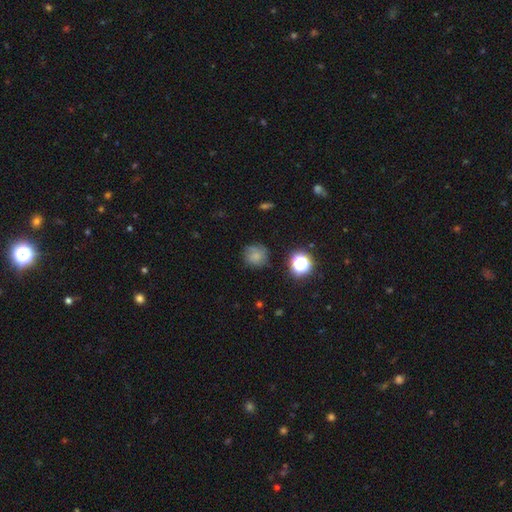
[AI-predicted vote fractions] A smooth galaxy with no disk features (69%) that is round (88%).

Vote fractions:
- Smooth or featured? smooth: 69% / star or artifact: 17% / featured or disk: 14%
- How rounded? round: 88% / in between: 11% / cigar-shaped: 1%
- Merging? none: 70% / minor disturbance: 20% / major disturbance: 7% / merger: 3%